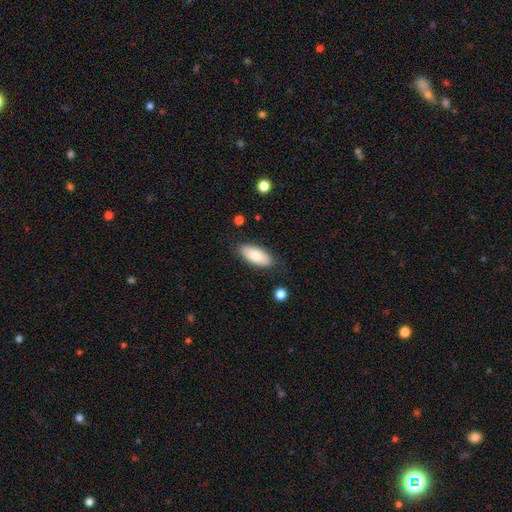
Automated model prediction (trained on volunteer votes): A smooth galaxy with no disk features (84%) that is in between round and cigar-shaped (85%).

Vote fractions:
- Smooth or featured? smooth: 84% / featured or disk: 10% / star or artifact: 6%
- How rounded? in between: 85% / cigar-shaped: 13% / round: 2%
- Merging? none: 84% / minor disturbance: 12% / major disturbance: 3% / merger: 1%